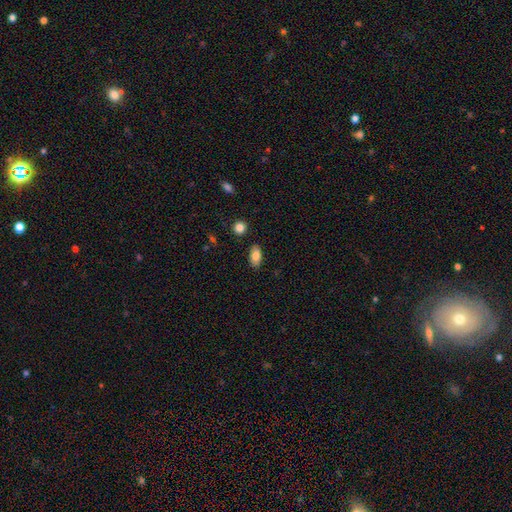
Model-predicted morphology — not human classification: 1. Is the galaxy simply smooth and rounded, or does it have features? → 83% smooth, 10% featured or disk, 8% star or artifact.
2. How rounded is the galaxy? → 91% in between, 5% round, 5% cigar-shaped.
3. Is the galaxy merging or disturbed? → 87% none, 9% minor disturbance, 2% merger, 2% major disturbance.